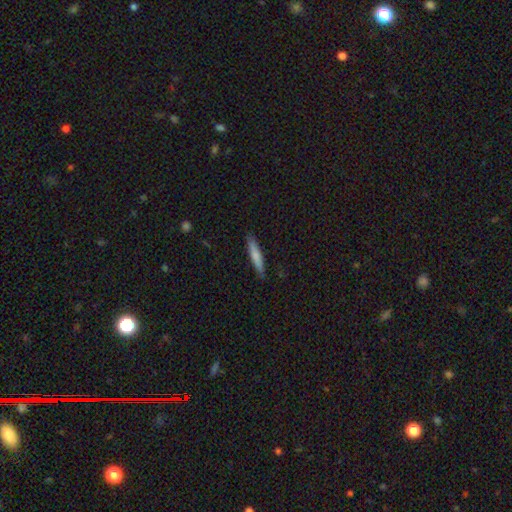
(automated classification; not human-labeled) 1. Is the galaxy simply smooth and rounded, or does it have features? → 73% smooth, 21% featured or disk, 6% star or artifact.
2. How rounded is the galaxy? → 92% cigar-shaped, 7% in between, 1% round.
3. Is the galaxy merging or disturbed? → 87% none, 10% minor disturbance, 2% major disturbance, 1% merger.